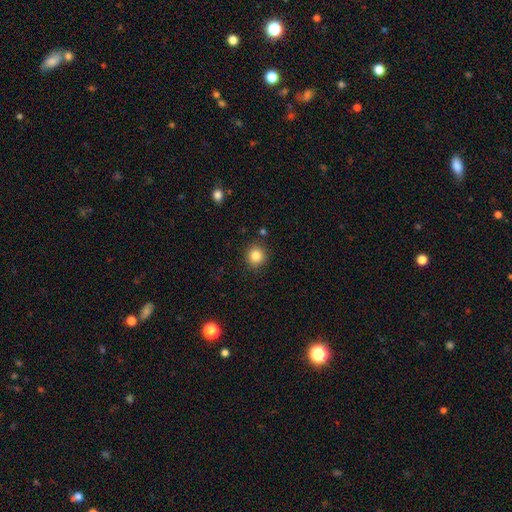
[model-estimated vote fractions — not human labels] smooth 84%, star or artifact 11%, featured or disk 5%. Down the decision tree: how rounded — round (90%); merging — none (88%).